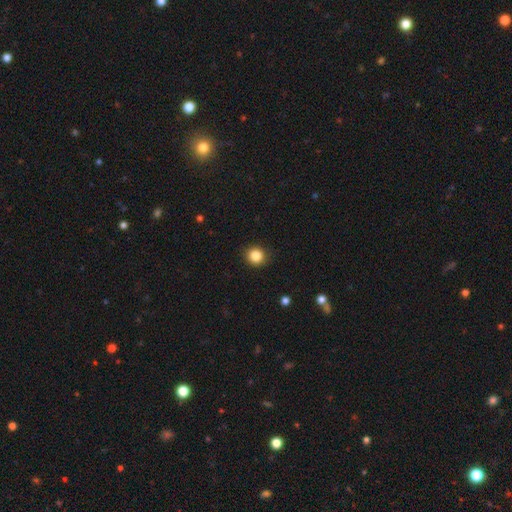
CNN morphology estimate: Smooth or featured? Predicted: smooth (p=0.85). How rounded? Predicted: round (p=0.89). Merging? Predicted: none (p=0.90).